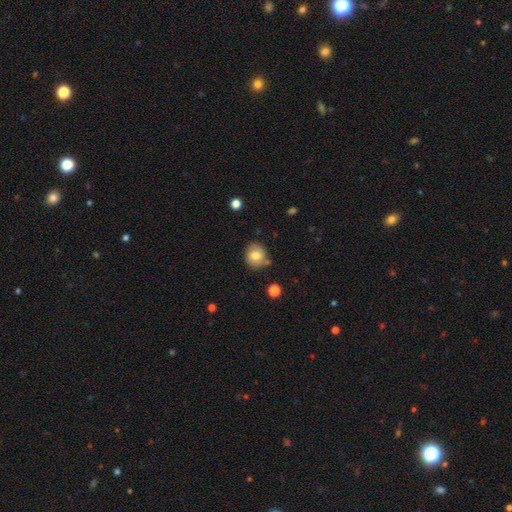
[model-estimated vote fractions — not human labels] Q: Smooth or featured?
A: smooth (75%); runner-up: featured or disk (16%)
Q: How rounded?
A: round (80%); runner-up: in between (19%)
Q: Merging?
A: none (76%); runner-up: minor disturbance (15%)